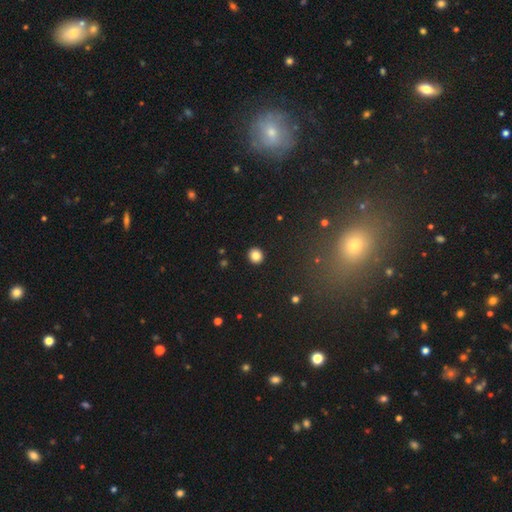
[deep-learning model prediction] Morphology: type=smooth (84%); roundness=round (87%); merging=none (93%).